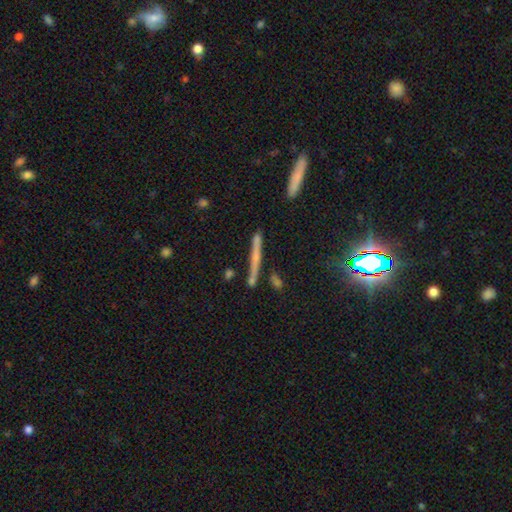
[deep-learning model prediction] Smooth or featured? Predicted: featured or disk (p=0.46). Merging? Predicted: none (p=0.77).